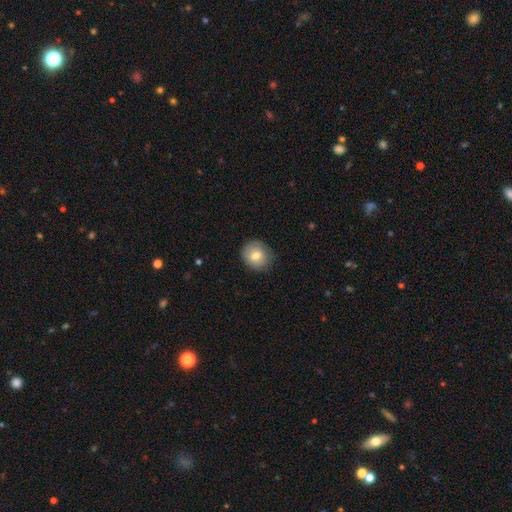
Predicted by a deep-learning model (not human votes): smooth-or-featured: smooth: 76% | featured or disk: 15% | star or artifact: 9%
  how-rounded: round: 80% | in between: 19% | cigar-shaped: 1%
  merging: none: 79% | minor disturbance: 16% | major disturbance: 4% | merger: 1%